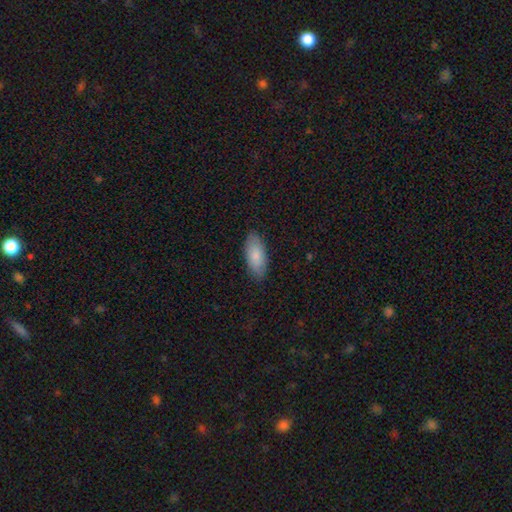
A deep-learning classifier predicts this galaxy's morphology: The model was most divided on "how rounded": in between: 86%, cigar-shaped: 12%, round: 2%. More confident: merging — none (86%); smooth or featured — smooth (85%).